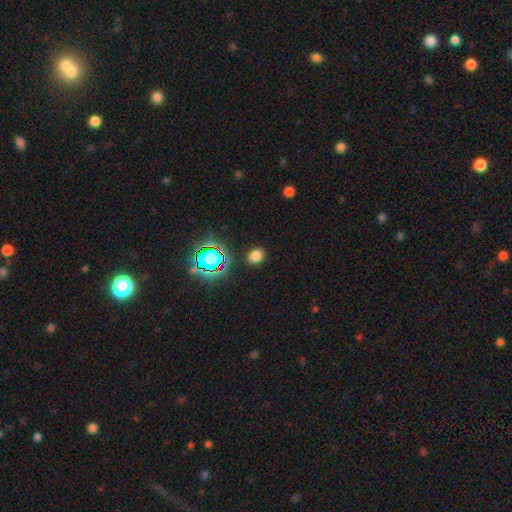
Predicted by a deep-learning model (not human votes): Q: Smooth or featured?
A: smooth (72%); runner-up: star or artifact (22%)
Q: How rounded?
A: round (56%); runner-up: in between (42%)
Q: Merging?
A: none (87%); runner-up: minor disturbance (8%)